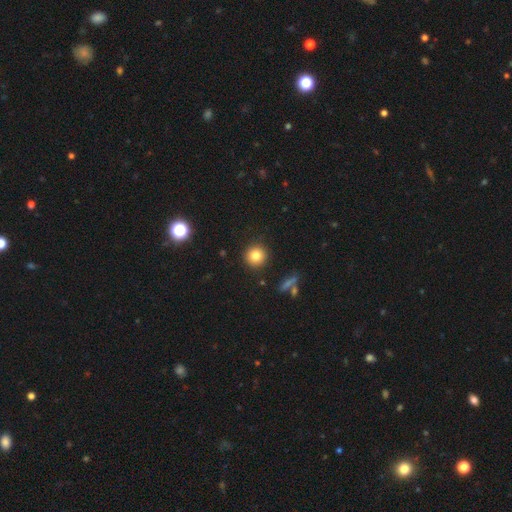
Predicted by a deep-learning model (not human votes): Smooth or featured? Predicted: smooth (p=0.81). How rounded? Predicted: round (p=0.94). Merging? Predicted: none (p=0.91).